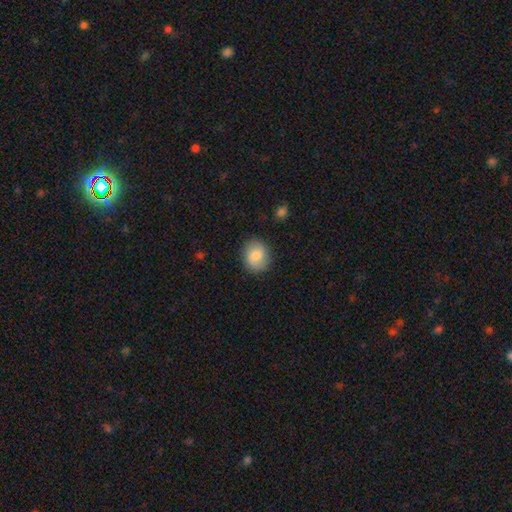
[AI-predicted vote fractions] Smooth or featured?
  - smooth: 77% *
  - featured or disk: 15%
  - star or artifact: 7%
How rounded?
  - round: 70% *
  - in between: 29%
  - cigar-shaped: 1%
Merging?
  - none: 86% *
  - minor disturbance: 10%
  - major disturbance: 3%
  - merger: 1%